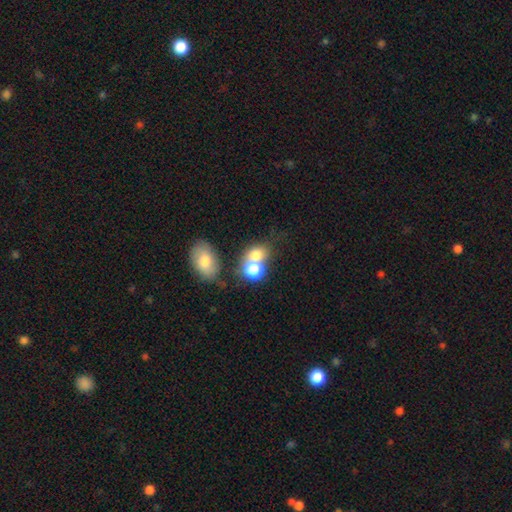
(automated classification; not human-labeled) Smooth or featured?
  - smooth: 72% *
  - star or artifact: 16%
  - featured or disk: 12%
How rounded?
  - round: 58% *
  - in between: 41%
  - cigar-shaped: 1%
Merging?
  - merger: 44% *
  - none: 41%
  - minor disturbance: 10%
  - major disturbance: 6%